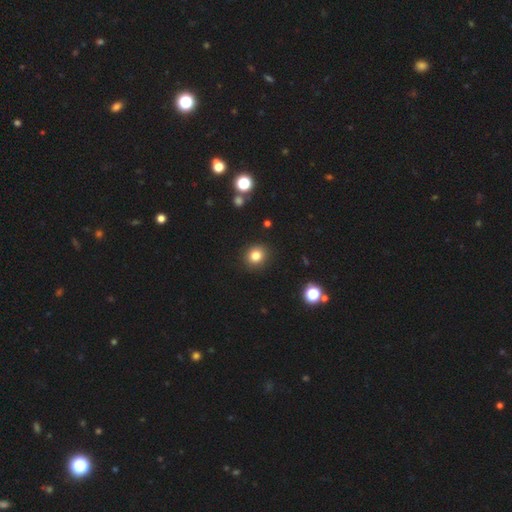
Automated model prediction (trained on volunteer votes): This is clearly a smooth galaxy (82%). How rounded: clearly round (83%). Merging: clearly none (90%).